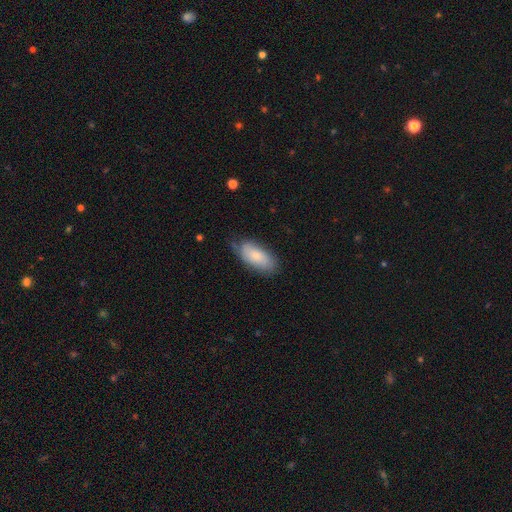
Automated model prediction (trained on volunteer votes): smooth 75%, featured or disk 19%, star or artifact 6%. Down the decision tree: how rounded — in between (89%); merging — none (66%).